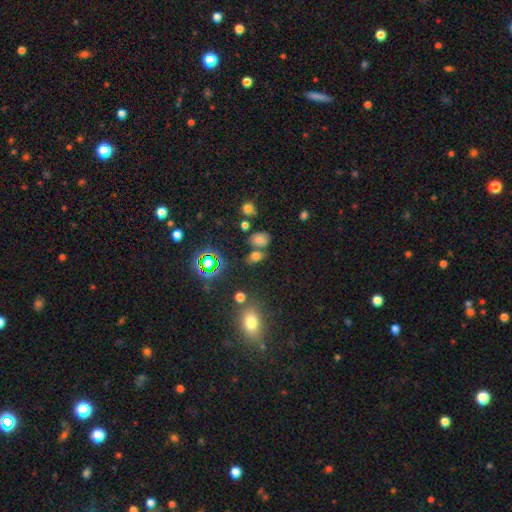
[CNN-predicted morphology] A smooth galaxy with no disk features (62%) that is in between round and cigar-shaped (69%). Merging: none (62%).